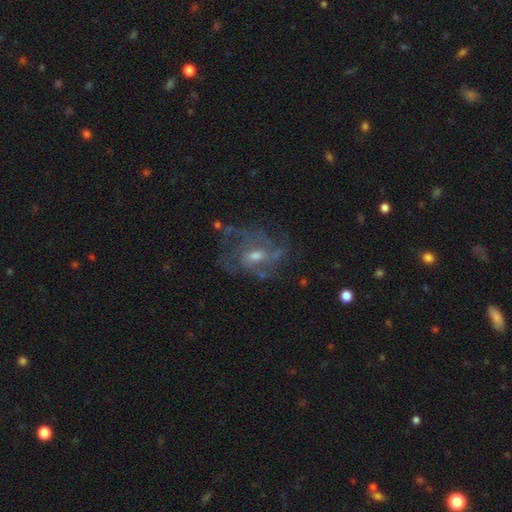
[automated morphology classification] Q: Smooth or featured?
A: featured or disk (76%); runner-up: smooth (13%)
Q: Edge-on disk?
A: no (97%); runner-up: yes (3%)
Q: Bar?
A: no (54%); runner-up: weak (39%)
Q: Spiral arms?
A: yes (79%); runner-up: no (21%)
Q: Spiral winding?
A: medium (44%); runner-up: loose (28%)
Q: Spiral arm count?
A: can't tell (37%); runner-up: 3 (23%)
Q: Bulge size?
A: moderate (55%); runner-up: small (37%)
Q: Merging?
A: none (54%); runner-up: major disturbance (24%)